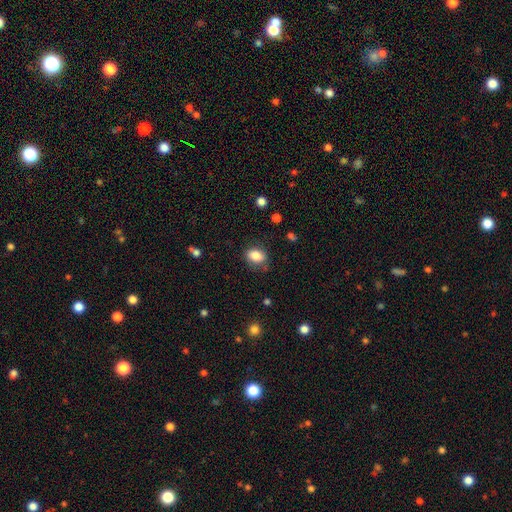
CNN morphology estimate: A smooth galaxy with no disk features (84%) that is in between round and cigar-shaped (72%). Merging: none (76%).